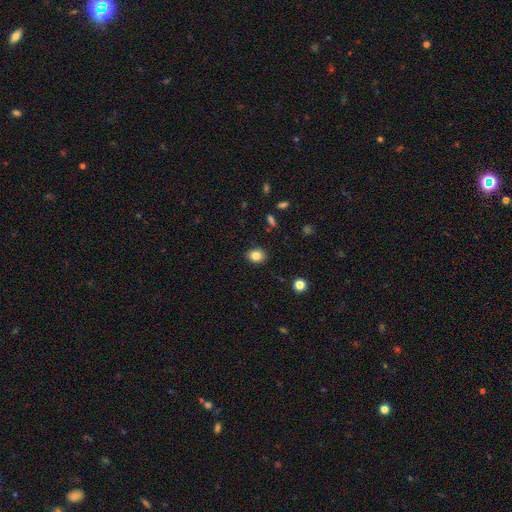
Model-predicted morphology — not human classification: smooth_or_featured: smooth (p=0.83) [alt: star or artifact p=0.11]
how_rounded: round (p=0.63) [alt: in between p=0.36]
merging: none (p=0.89) [alt: minor disturbance p=0.08]